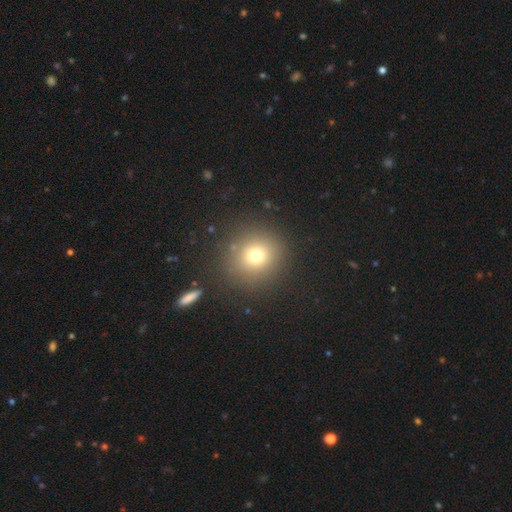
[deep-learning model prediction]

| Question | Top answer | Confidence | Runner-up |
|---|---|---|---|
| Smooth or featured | smooth | 73% | star or artifact (17%) |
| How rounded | round | 91% | in between (8%) |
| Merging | none | 87% | minor disturbance (7%) |